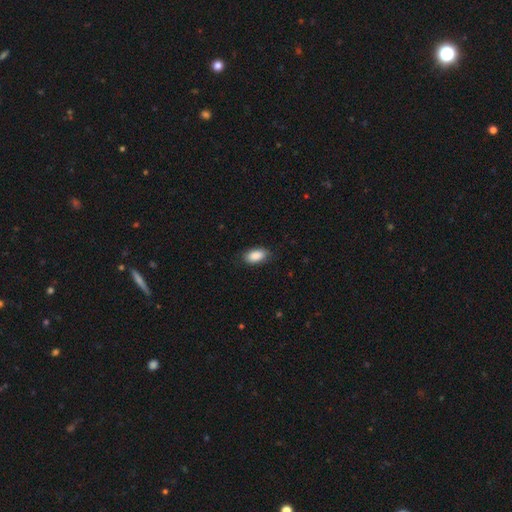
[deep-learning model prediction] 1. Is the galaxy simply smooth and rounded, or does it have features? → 89% smooth, 6% star or artifact, 5% featured or disk.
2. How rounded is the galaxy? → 92% in between, 5% round, 3% cigar-shaped.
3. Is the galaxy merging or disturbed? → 81% none, 15% minor disturbance, 3% major disturbance, 1% merger.